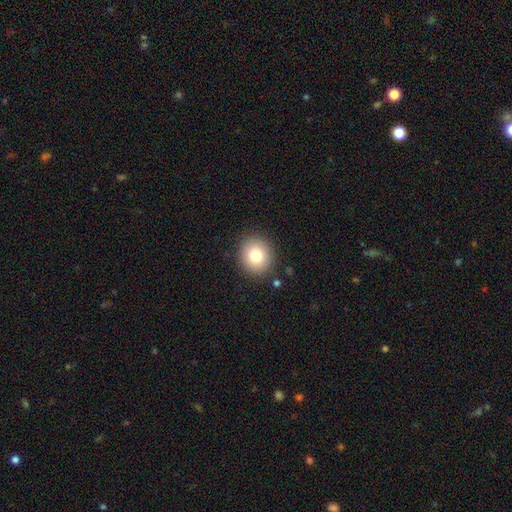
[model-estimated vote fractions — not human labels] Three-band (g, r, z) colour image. It shows a smooth galaxy with no disk features (80%) that is round (84%). Merging: none (89%).